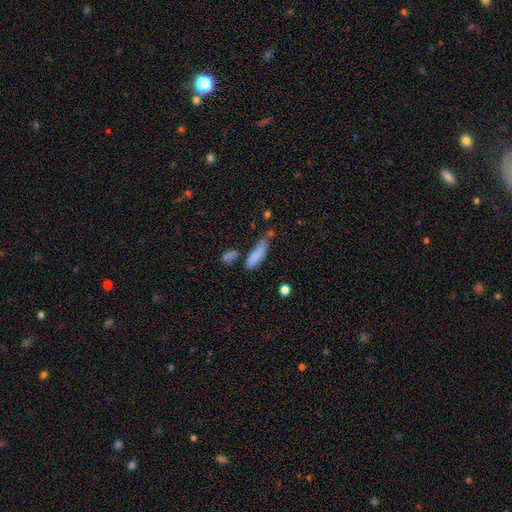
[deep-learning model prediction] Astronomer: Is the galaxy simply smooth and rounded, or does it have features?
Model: smooth — 80%.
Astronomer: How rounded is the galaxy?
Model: cigar-shaped — 55% (runner-up: in between, 42%).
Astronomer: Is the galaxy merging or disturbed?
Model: none — 44% (runner-up: minor disturbance, 31%).